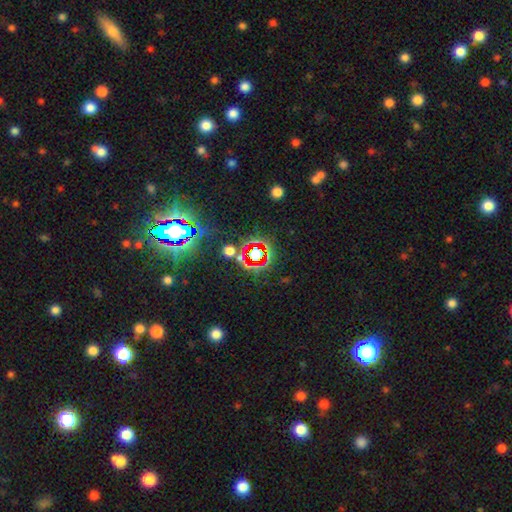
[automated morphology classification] This is likely a star or artifact rather than a galaxy (63%).